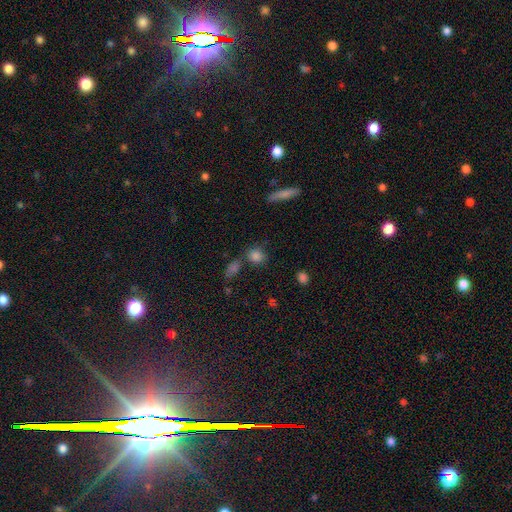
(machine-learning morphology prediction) Smooth or featured? Predicted: smooth (p=0.82). How rounded? Predicted: round (p=0.69). Merging? Predicted: none (p=0.65).